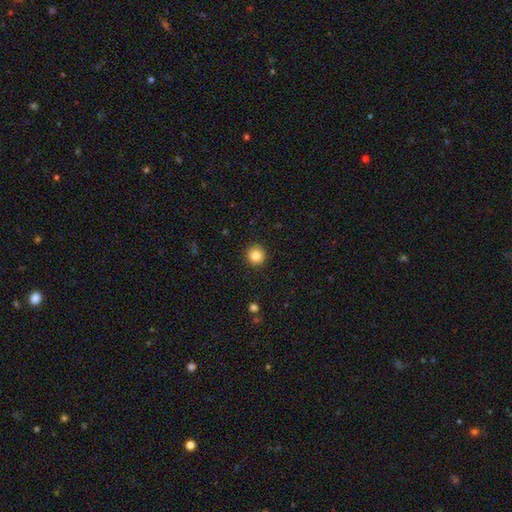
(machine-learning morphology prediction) smooth 84%, star or artifact 10%, featured or disk 6%. Down the decision tree: how rounded — round (95%); merging — none (93%).